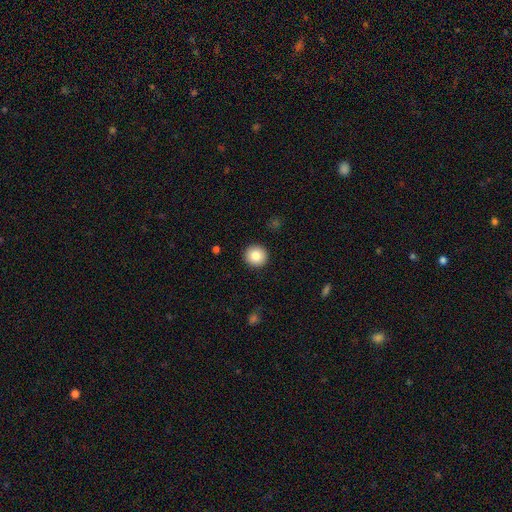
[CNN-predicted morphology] Smooth or featured? smooth (84%)
How rounded? round (94%)
Merging? none (92%)